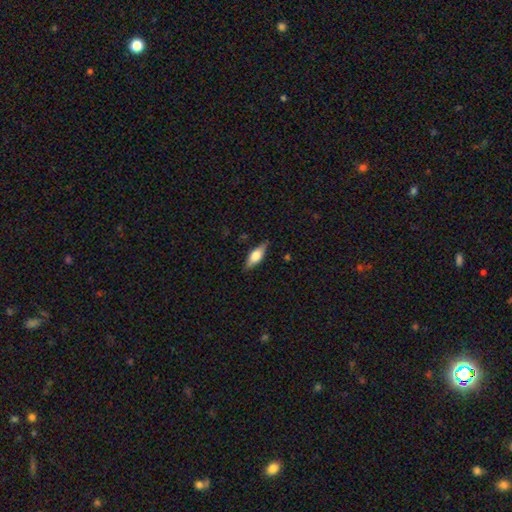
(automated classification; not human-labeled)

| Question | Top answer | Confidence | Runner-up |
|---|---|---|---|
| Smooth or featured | smooth | 57% | featured or disk (36%) |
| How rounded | in between | 68% | cigar-shaped (29%) |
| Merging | none | 84% | minor disturbance (13%) |